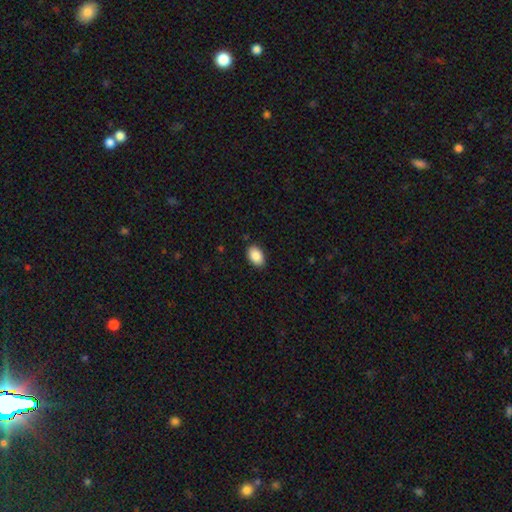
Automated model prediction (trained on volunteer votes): smooth 88%, star or artifact 7%, featured or disk 5%. Down the decision tree: how rounded — in between (90%); merging — none (88%).